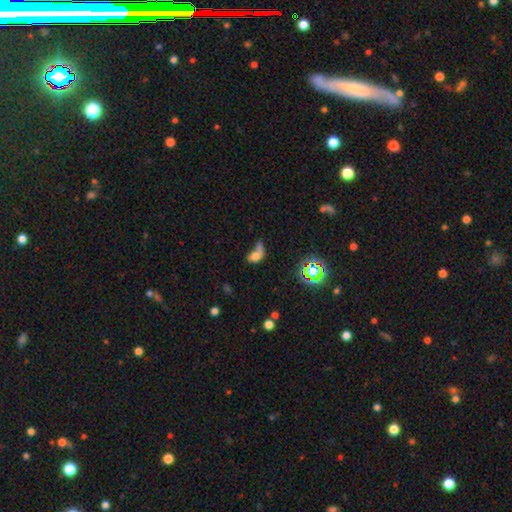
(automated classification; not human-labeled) smooth-or-featured: smooth: 61% | featured or disk: 20% | star or artifact: 18%
  how-rounded: in between: 77% | round: 20% | cigar-shaped: 3%
  merging: merger: 36% | major disturbance: 26% | none: 22% | minor disturbance: 16%